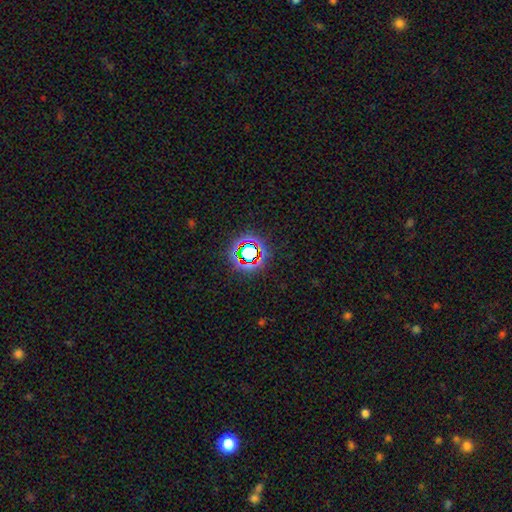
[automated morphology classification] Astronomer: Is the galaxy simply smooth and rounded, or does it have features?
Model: star or artifact — 68%.